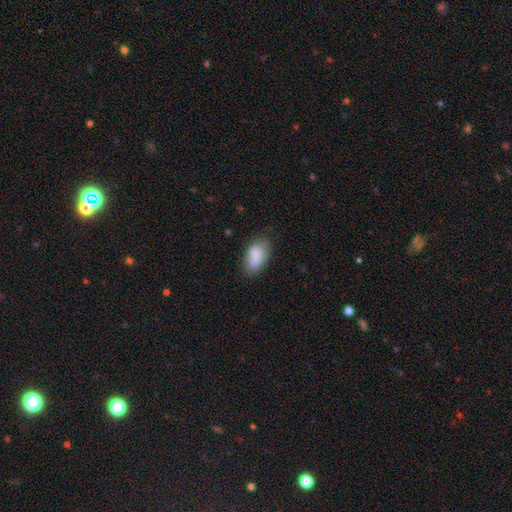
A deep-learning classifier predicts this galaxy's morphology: The model was most divided on "merging": none: 67%, minor disturbance: 24%, major disturbance: 6%, merger: 3%. More confident: how rounded — in between (92%); smooth or featured — smooth (83%).